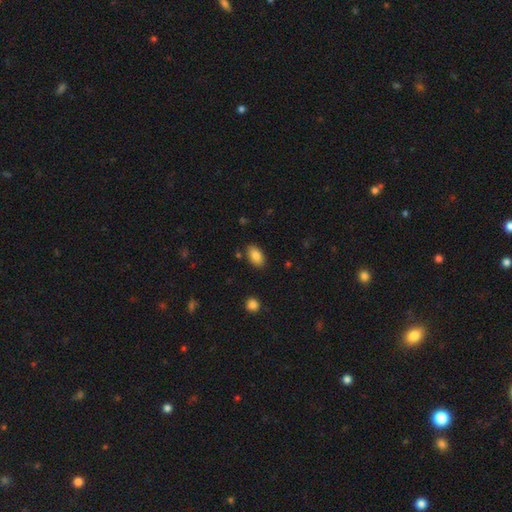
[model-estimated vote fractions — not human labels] A smooth galaxy with no disk features (86%) that is in between round and cigar-shaped (92%).

Vote fractions:
- Smooth or featured? smooth: 86% / star or artifact: 8% / featured or disk: 6%
- How rounded? in between: 92% / round: 5% / cigar-shaped: 2%
- Merging? none: 85% / minor disturbance: 10% / major disturbance: 2% / merger: 2%